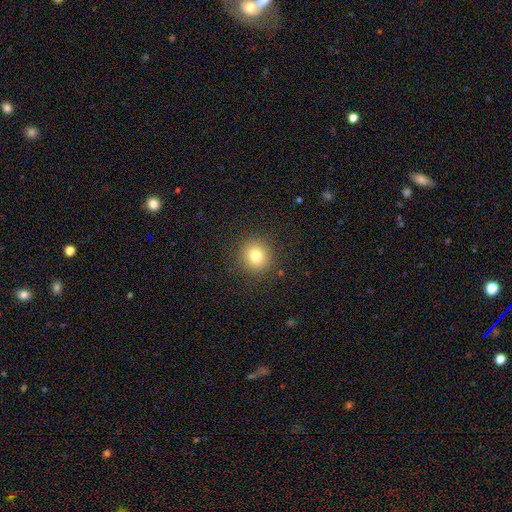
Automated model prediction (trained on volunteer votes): smooth-or-featured: smooth: 79% | star or artifact: 12% | featured or disk: 9%
  how-rounded: round: 91% | in between: 8% | cigar-shaped: 1%
  merging: none: 90% | minor disturbance: 7% | major disturbance: 3% | merger: 1%